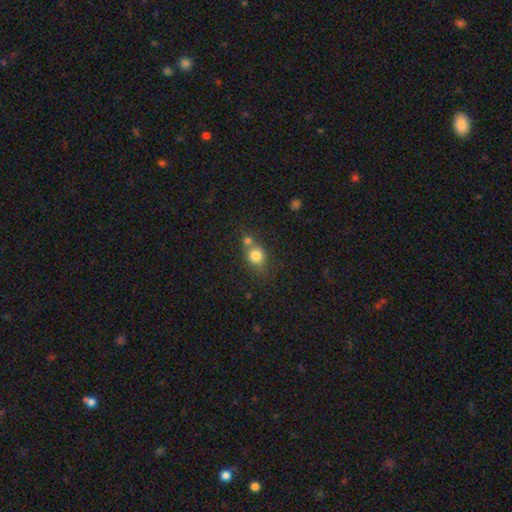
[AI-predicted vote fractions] Smooth or featured? smooth (78%)
How rounded? round (73%)
Merging? none (48%)